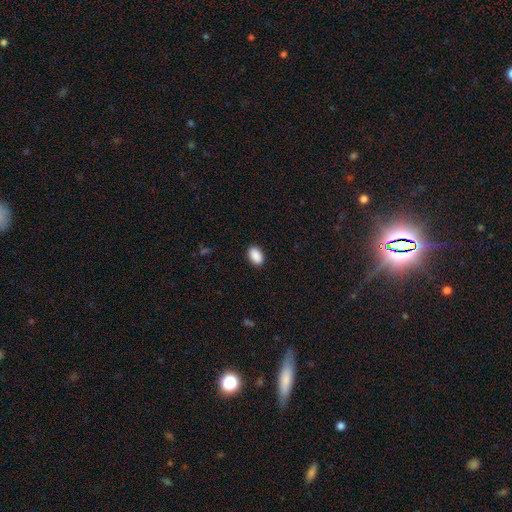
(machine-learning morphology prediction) smooth_or_featured: smooth (p=0.91) [alt: star or artifact p=0.07]
how_rounded: in between (p=0.91) [alt: round p=0.08]
merging: none (p=0.90) [alt: minor disturbance p=0.08]